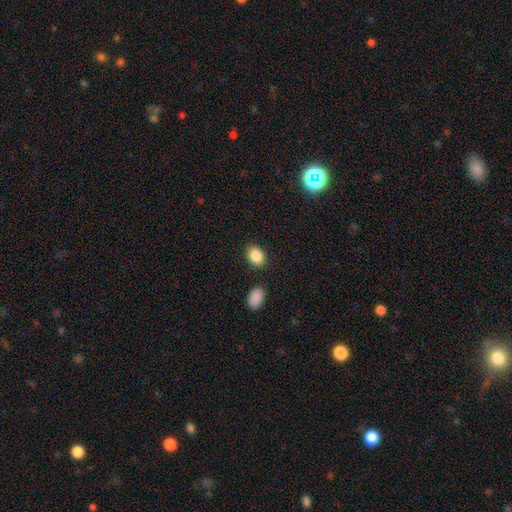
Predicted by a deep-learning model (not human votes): smooth-or-featured: smooth: 87% | star or artifact: 8% | featured or disk: 5%
  how-rounded: in between: 74% | round: 25% | cigar-shaped: 1%
  merging: none: 84% | minor disturbance: 9% | merger: 4% | major disturbance: 3%